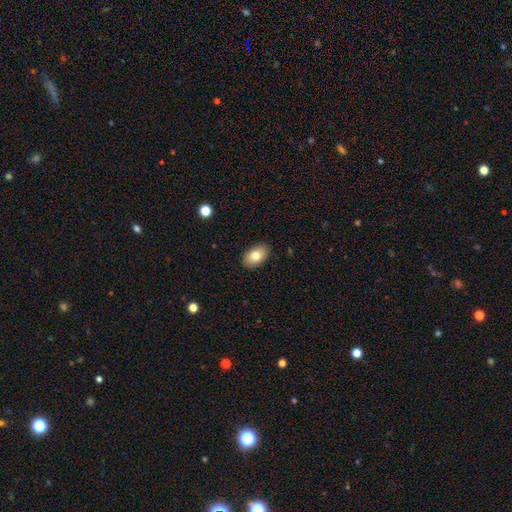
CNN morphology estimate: smooth 81%, featured or disk 12%, star or artifact 7%. Down the decision tree: how rounded — in between (91%); merging — none (88%).